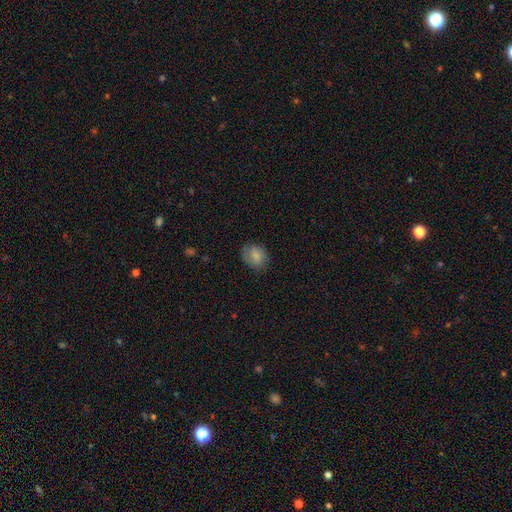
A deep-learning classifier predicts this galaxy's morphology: Smooth or featured? smooth (79%)
How rounded? in between (51%)
Merging? none (75%)